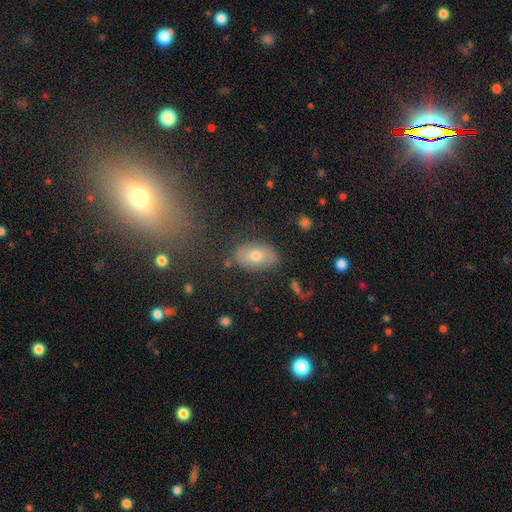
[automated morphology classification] Smooth or featured? smooth (64%)
How rounded? in between (88%)
Merging? none (79%)